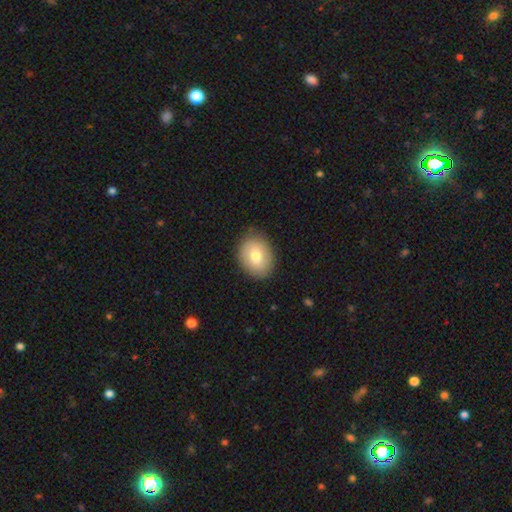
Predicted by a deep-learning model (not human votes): smooth 74%, featured or disk 19%, star or artifact 7%. Down the decision tree: how rounded — in between (56%); merging — none (85%).